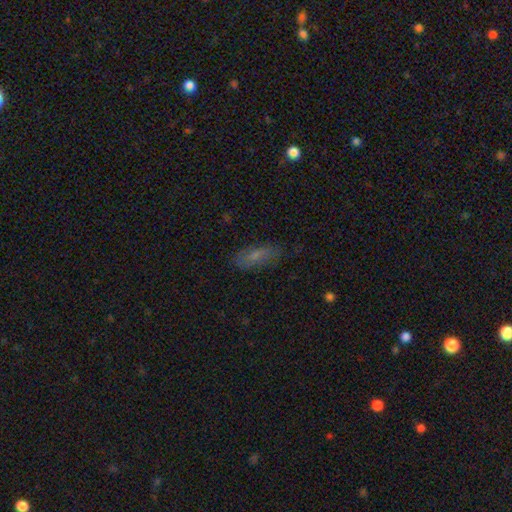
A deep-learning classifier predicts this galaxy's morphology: Overall: smooth (67%). How rounded: in between (70%). Merging: none (77%).